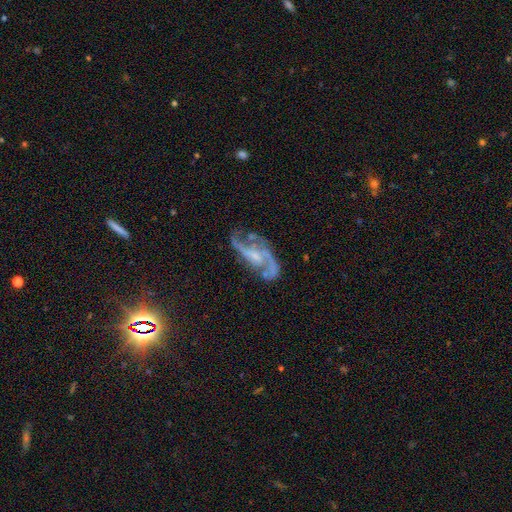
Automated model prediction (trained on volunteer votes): A featured or disk galaxy (85%) with no bar (45%), 2 (75%) loose (45%) spiral arms (94%) and a small central bulge (45%). Merging: none (58%).